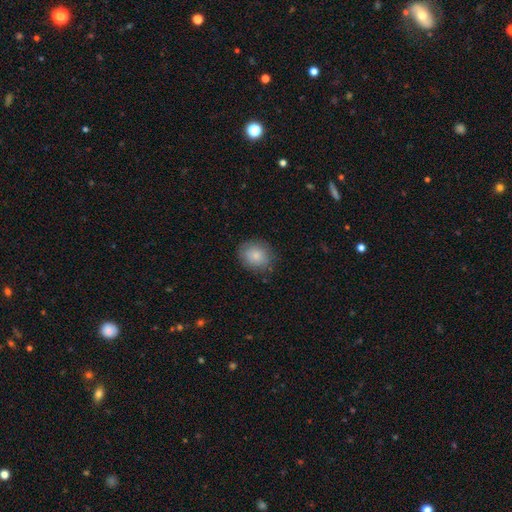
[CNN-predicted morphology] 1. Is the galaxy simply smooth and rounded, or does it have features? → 83% smooth, 10% featured or disk, 8% star or artifact.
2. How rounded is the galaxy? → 69% round, 30% in between, 1% cigar-shaped.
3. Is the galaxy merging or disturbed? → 82% none, 13% minor disturbance, 3% major disturbance, 1% merger.